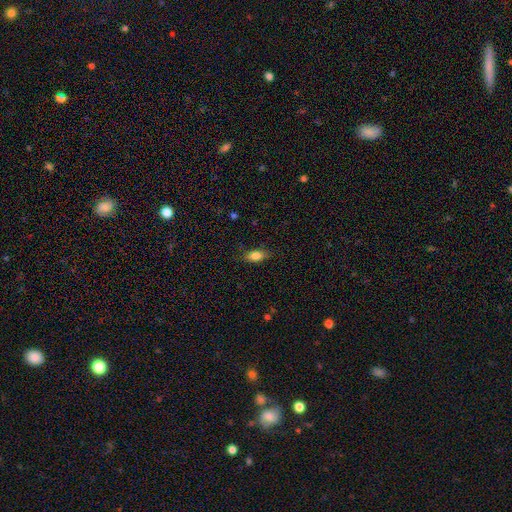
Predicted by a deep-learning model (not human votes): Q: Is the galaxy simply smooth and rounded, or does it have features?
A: smooth — 82%.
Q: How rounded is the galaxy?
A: in between — 84%.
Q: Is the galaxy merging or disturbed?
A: none — 80%.